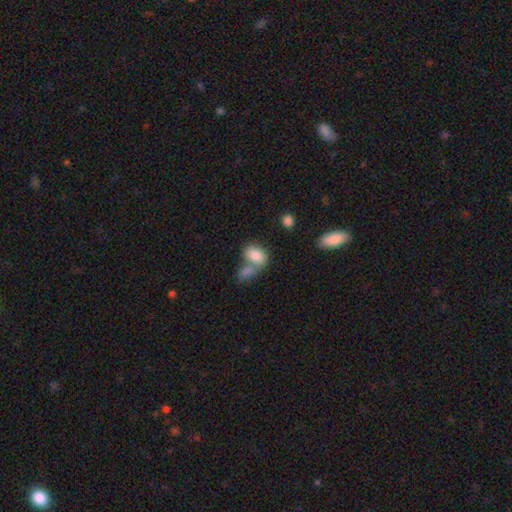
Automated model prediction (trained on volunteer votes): smooth 83%, featured or disk 9%, star or artifact 8%. Down the decision tree: how rounded — in between (78%); merging — merger (50%).